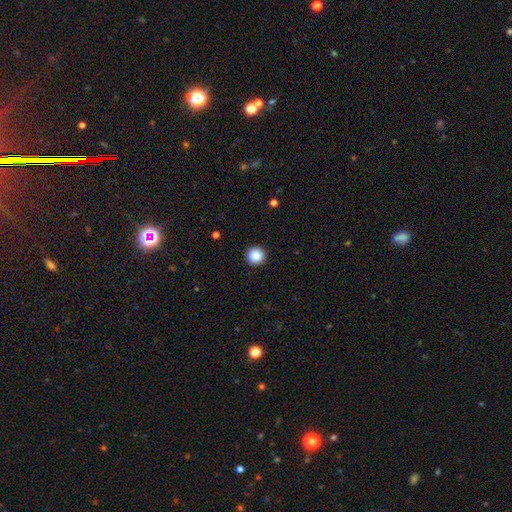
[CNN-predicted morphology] The model was most divided on "smooth or featured": smooth: 87%, star or artifact: 9%, featured or disk: 4%. More confident: how rounded — round (96%); merging — none (93%).